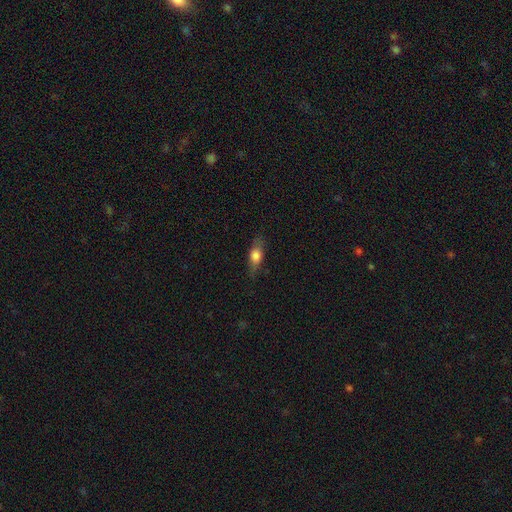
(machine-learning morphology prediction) smooth-or-featured: smooth: 64% | featured or disk: 27% | star or artifact: 8%
  how-rounded: in between: 66% | cigar-shaped: 25% | round: 9%
  merging: none: 75% | minor disturbance: 18% | major disturbance: 5% | merger: 1%